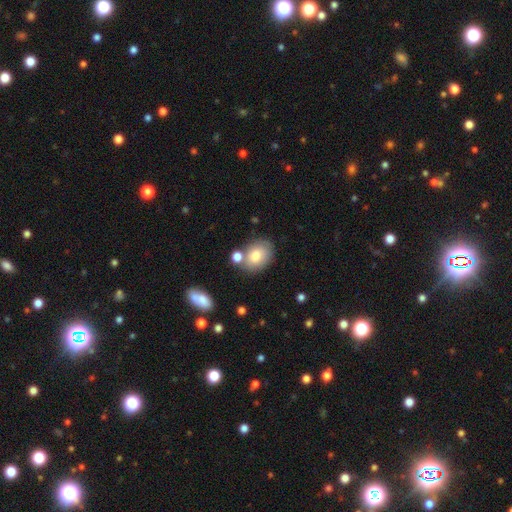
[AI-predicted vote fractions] This is likely a smooth galaxy (77%). How rounded: likely in between (64%). Merging: likely none (64%).